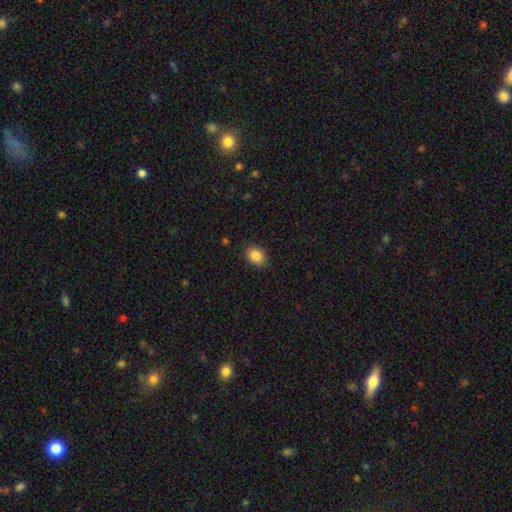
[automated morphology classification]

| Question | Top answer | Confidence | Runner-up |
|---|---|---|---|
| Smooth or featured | smooth | 87% | star or artifact (8%) |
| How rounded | in between | 69% | round (30%) |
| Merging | none | 87% | minor disturbance (10%) |